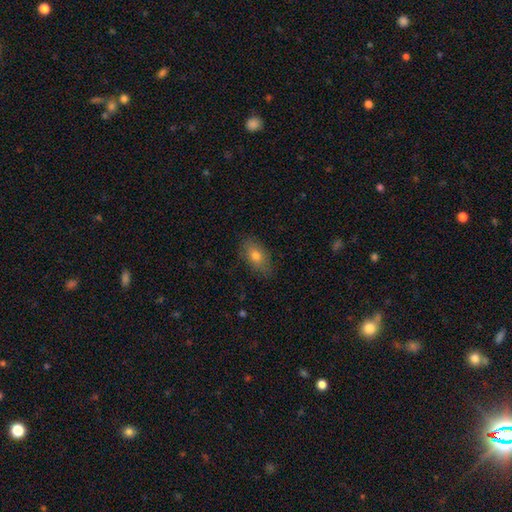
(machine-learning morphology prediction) This appears to be a smooth galaxy with no disk features (74%) that is in between round and cigar-shaped (87%). Merging: none (81%).